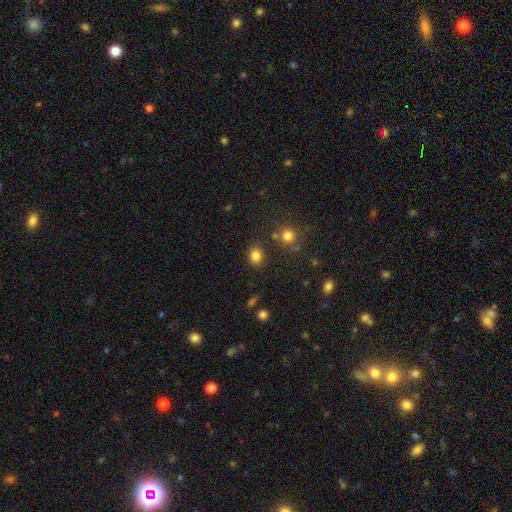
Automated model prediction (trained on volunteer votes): Q: Smooth or featured?
A: smooth (83%); runner-up: star or artifact (12%)
Q: How rounded?
A: round (52%); runner-up: in between (47%)
Q: Merging?
A: none (81%); runner-up: minor disturbance (11%)